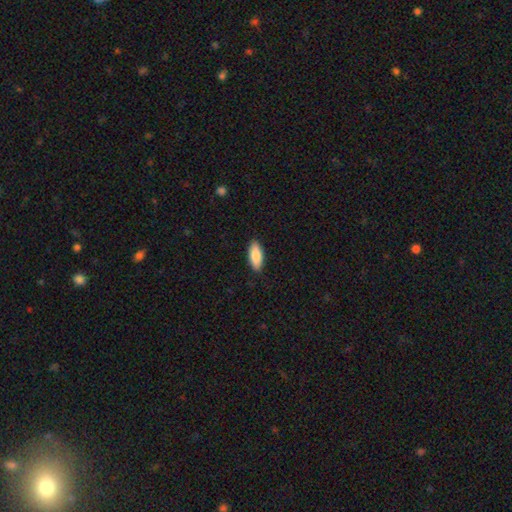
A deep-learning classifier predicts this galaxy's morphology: Smooth or featured?
  - smooth: 87% *
  - featured or disk: 7%
  - star or artifact: 6%
How rounded?
  - in between: 79% *
  - cigar-shaped: 19%
  - round: 2%
Merging?
  - none: 89% *
  - minor disturbance: 8%
  - major disturbance: 2%
  - merger: 1%